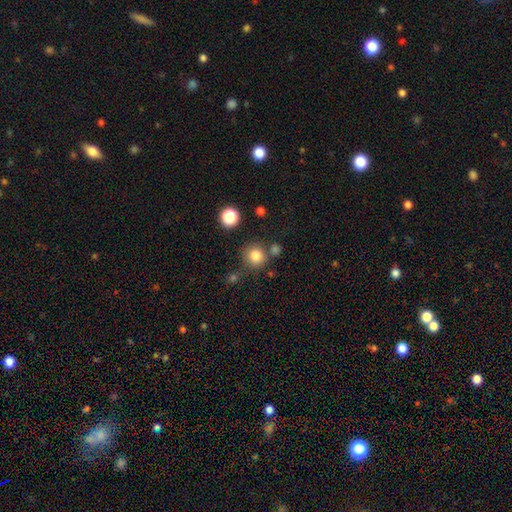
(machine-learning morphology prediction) This appears to be a smooth galaxy with no disk features (81%) that is round (92%). Merging: none (76%).